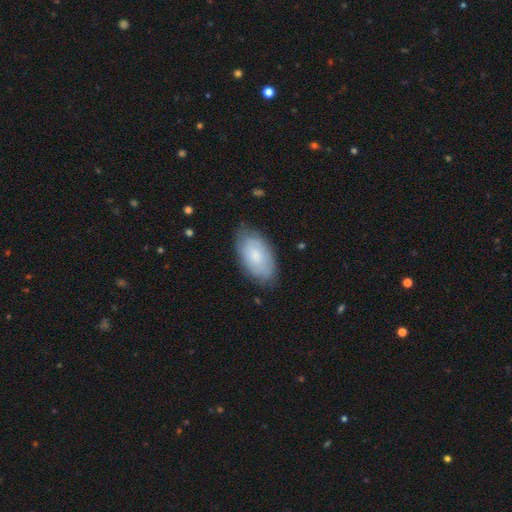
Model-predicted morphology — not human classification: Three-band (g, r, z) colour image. It shows a smooth galaxy with no disk features (63%) that is in between round and cigar-shaped (94%). Merging: none (77%).